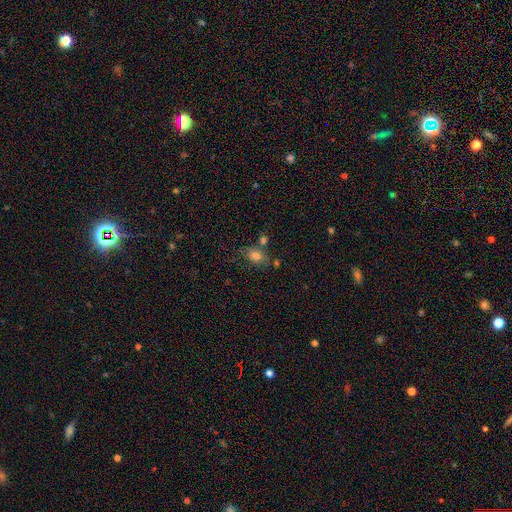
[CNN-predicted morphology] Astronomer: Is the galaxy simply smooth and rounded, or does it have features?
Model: smooth — 78%.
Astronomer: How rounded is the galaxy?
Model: in between — 76%.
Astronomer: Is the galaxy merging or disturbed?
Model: none — 59%.